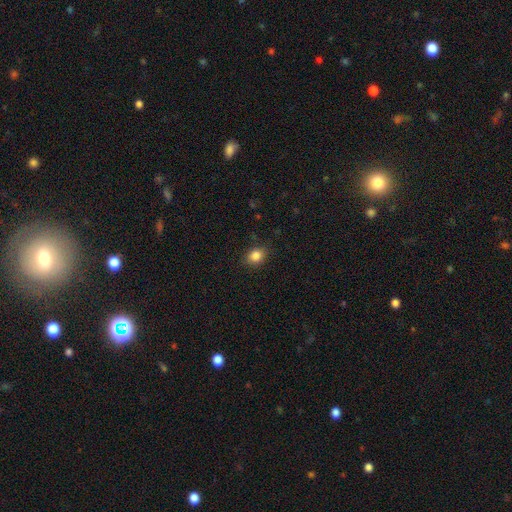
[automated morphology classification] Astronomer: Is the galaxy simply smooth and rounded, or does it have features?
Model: smooth — 85%.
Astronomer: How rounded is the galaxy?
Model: in between — 51% (runner-up: round, 48%).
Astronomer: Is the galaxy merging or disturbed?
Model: none — 86%.